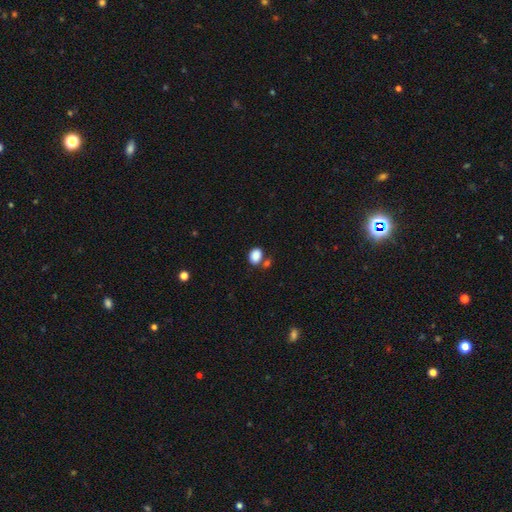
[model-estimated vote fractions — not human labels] Smooth or featured: smooth — 87% (star or artifact — 9%)
How rounded: in between — 68% (round — 31%)
Merging: none — 65% (merger — 18%)